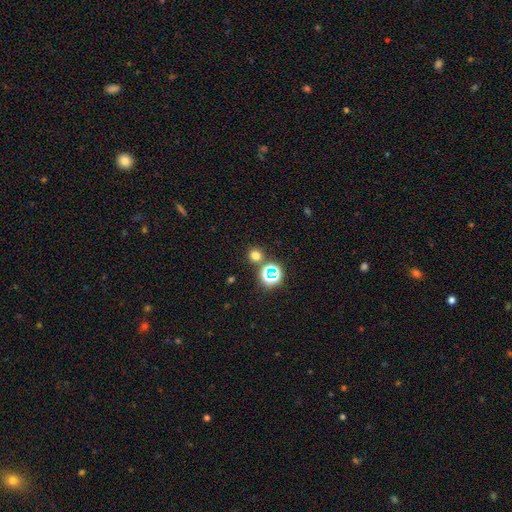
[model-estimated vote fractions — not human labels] This appears to be a smooth galaxy with no disk features (67%) that is round (90%). Merging: none (81%).